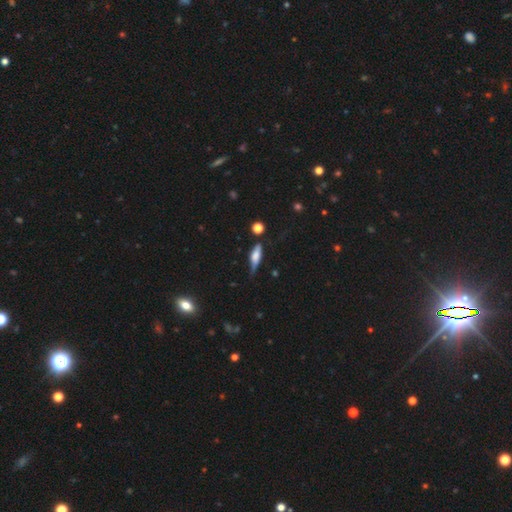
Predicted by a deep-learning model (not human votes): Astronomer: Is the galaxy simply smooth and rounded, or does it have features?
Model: smooth — 49% (runner-up: featured or disk, 42%).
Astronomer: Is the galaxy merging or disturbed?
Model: none — 54% (runner-up: minor disturbance, 32%).